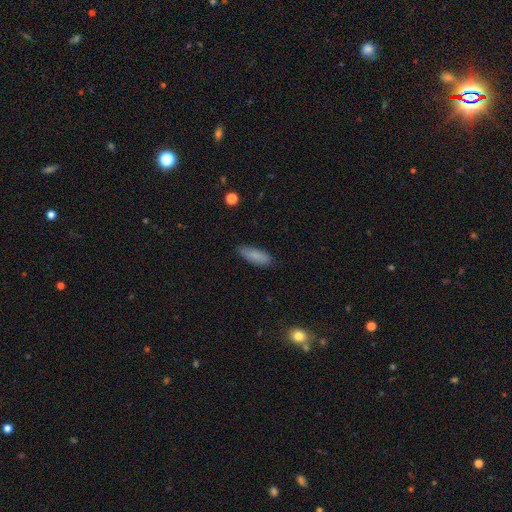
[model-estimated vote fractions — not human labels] smooth_or_featured: smooth (p=0.85) [alt: featured or disk p=0.08]
how_rounded: in between (p=0.63) [alt: cigar-shaped p=0.35]
merging: none (p=0.83) [alt: minor disturbance p=0.13]